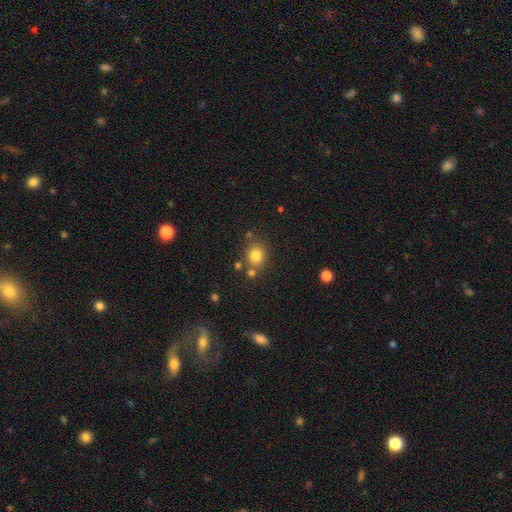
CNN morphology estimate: smooth-or-featured: smooth: 80% | star or artifact: 13% | featured or disk: 7%
  how-rounded: round: 81% | in between: 18% | cigar-shaped: 1%
  merging: none: 75% | merger: 11% | minor disturbance: 10% | major disturbance: 3%